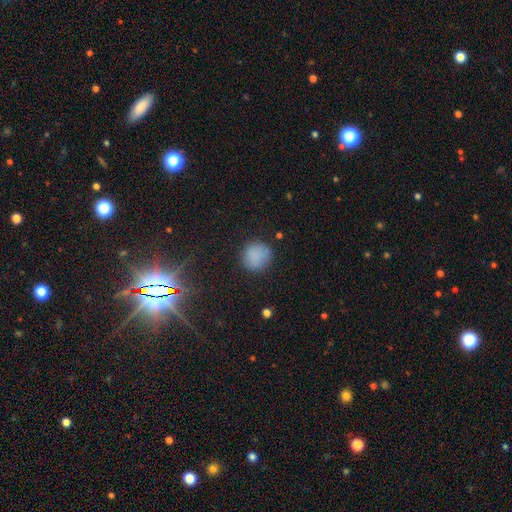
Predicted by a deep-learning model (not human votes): Smooth or featured?
  - smooth: 84% *
  - star or artifact: 10%
  - featured or disk: 6%
How rounded?
  - round: 91% *
  - in between: 7%
  - cigar-shaped: 1%
Merging?
  - none: 81% *
  - minor disturbance: 13%
  - major disturbance: 4%
  - merger: 2%